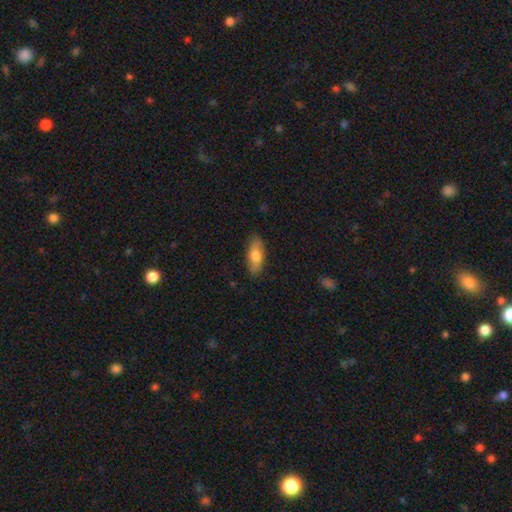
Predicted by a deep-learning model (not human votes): This appears to be a smooth galaxy with no disk features (72%) that is in between round and cigar-shaped (79%). Merging: none (83%).